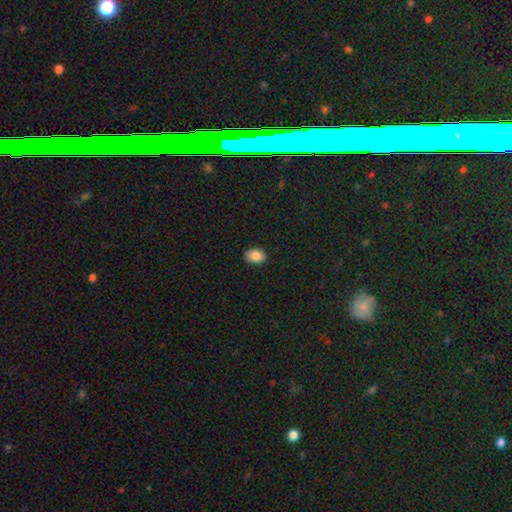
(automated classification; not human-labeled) Smooth or featured?
  - smooth: 87% *
  - star or artifact: 8%
  - featured or disk: 6%
How rounded?
  - in between: 83% *
  - round: 16%
  - cigar-shaped: 1%
Merging?
  - none: 89% *
  - minor disturbance: 8%
  - major disturbance: 2%
  - merger: 1%